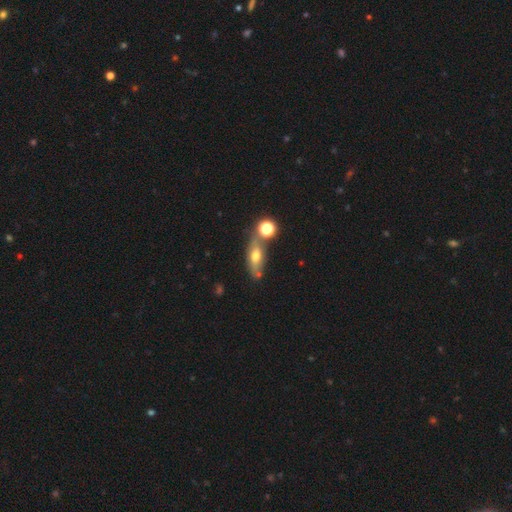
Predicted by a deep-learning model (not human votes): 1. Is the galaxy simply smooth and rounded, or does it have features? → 52% smooth, 36% featured or disk, 12% star or artifact.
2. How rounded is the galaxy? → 58% in between, 32% cigar-shaped, 9% round.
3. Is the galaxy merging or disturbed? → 58% none, 20% merger, 16% minor disturbance, 7% major disturbance.